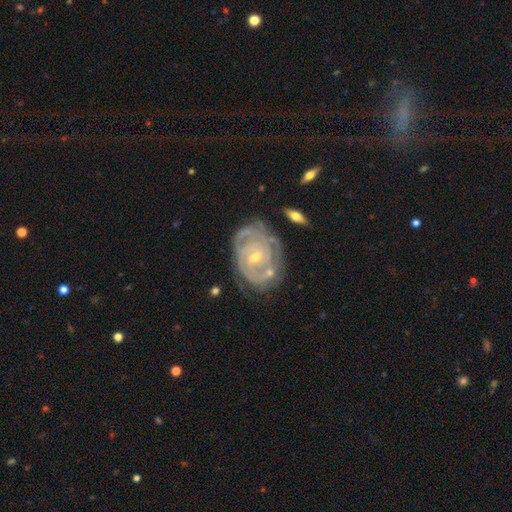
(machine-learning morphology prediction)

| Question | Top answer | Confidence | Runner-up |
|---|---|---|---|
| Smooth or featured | featured or disk | 86% | smooth (8%) |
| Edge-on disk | no | 97% | yes (3%) |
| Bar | no | 65% | weak (28%) |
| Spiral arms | yes | 94% | no (6%) |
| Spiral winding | tight | 76% | medium (20%) |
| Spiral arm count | can't tell | 32% | 2 (26%) |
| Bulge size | small | 70% | moderate (27%) |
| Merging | none | 62% | minor disturbance (22%) |